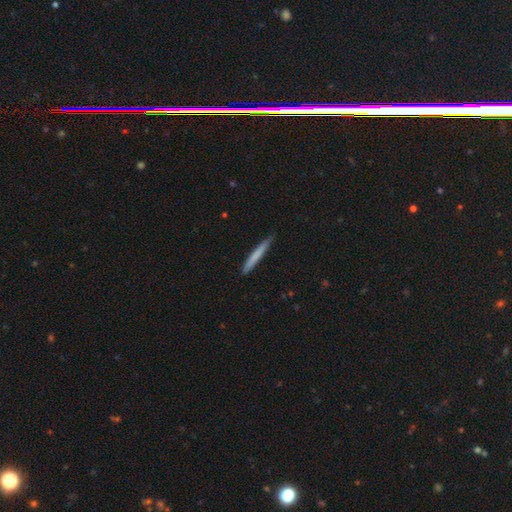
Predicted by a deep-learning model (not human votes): Smooth or featured: smooth — 68% (featured or disk — 27%)
How rounded: cigar-shaped — 97% (in between — 2%)
Merging: none — 88% (minor disturbance — 10%)